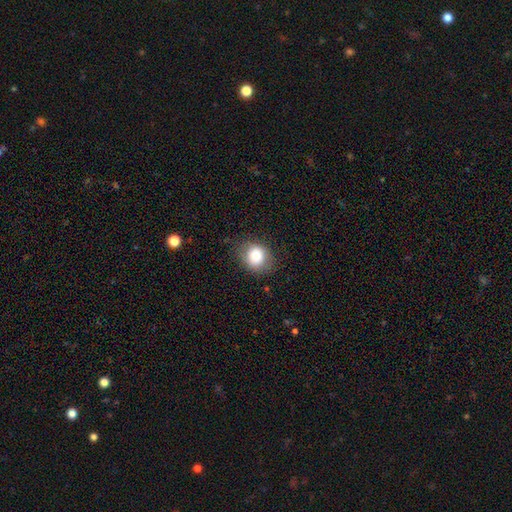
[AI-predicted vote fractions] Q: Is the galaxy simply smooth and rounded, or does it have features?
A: smooth — 76%.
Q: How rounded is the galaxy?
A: round — 71%.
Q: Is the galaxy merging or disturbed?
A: none — 81%.